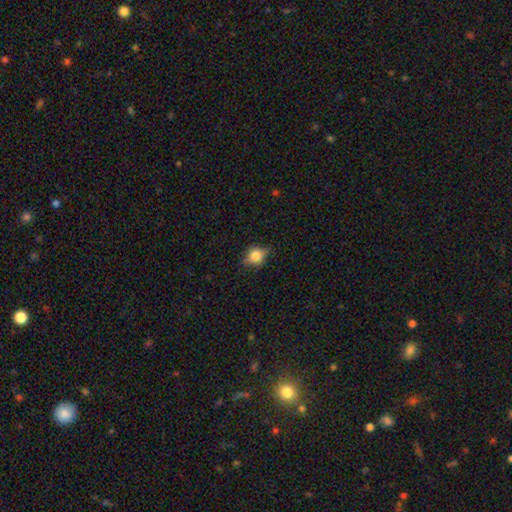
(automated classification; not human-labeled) A smooth galaxy with no disk features (70%) that is round (66%). Merging: none (75%).